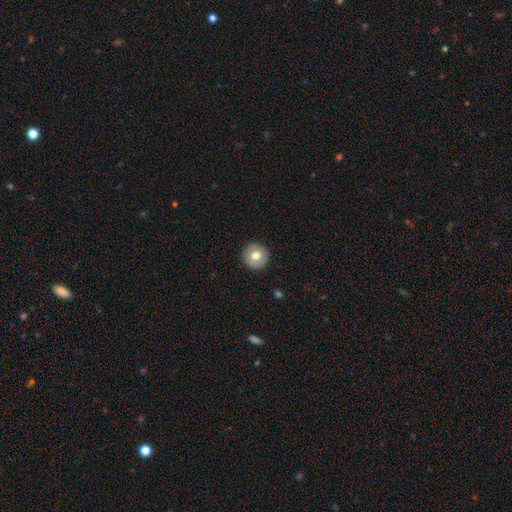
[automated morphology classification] This is likely a smooth galaxy (71%). How rounded: clearly round (95%). Merging: clearly none (91%).